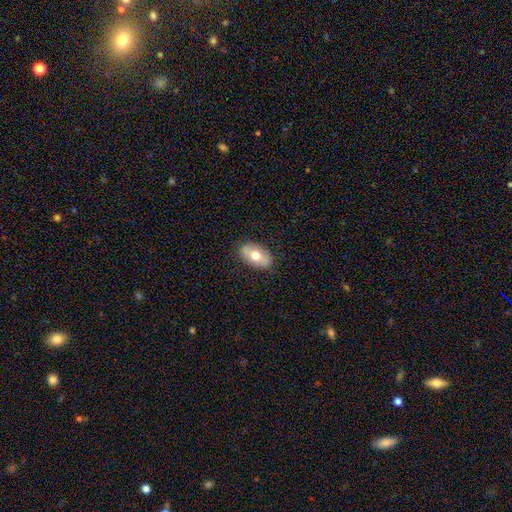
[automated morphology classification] This is likely a smooth galaxy (61%). How rounded: clearly in between (90%). Merging: clearly none (85%).